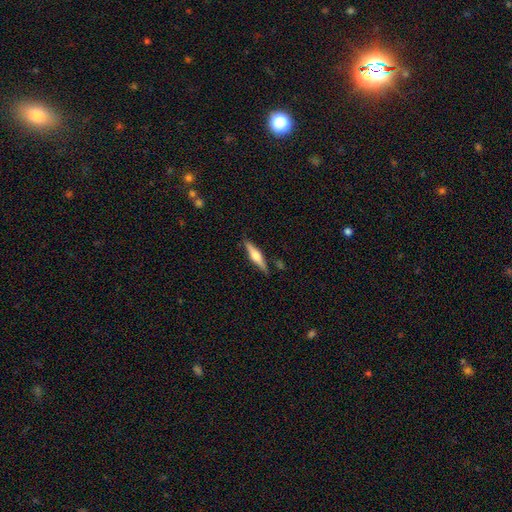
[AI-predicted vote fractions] Morphology: type=featured or disk (61%); edge-on=yes (97%); edge-on bulge=rounded (88%); merging=none (85%).